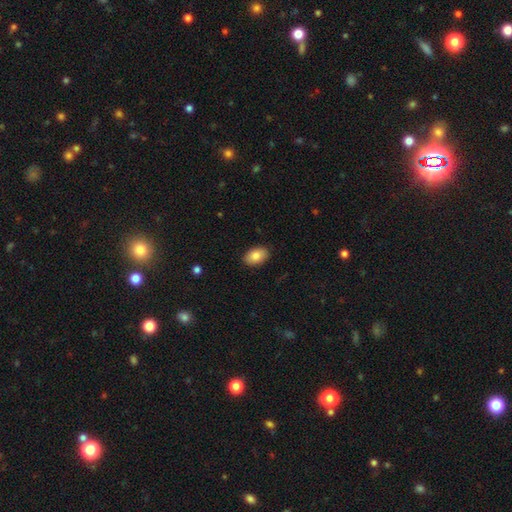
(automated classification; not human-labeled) smooth 86%, featured or disk 7%, star or artifact 7%. Down the decision tree: how rounded — in between (91%); merging — none (89%).